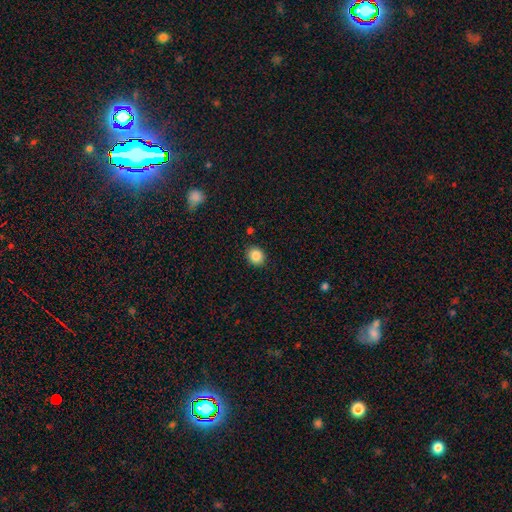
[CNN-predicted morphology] Smooth or featured: smooth — 87% (star or artifact — 9%)
How rounded: round — 68% (in between — 31%)
Merging: none — 89% (minor disturbance — 8%)